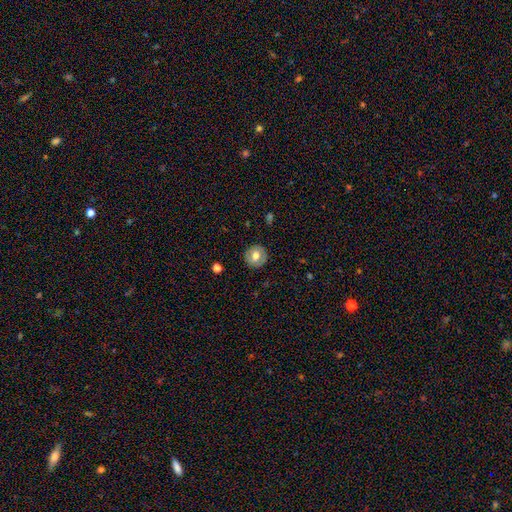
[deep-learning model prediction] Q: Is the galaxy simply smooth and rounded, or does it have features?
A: smooth — 60%.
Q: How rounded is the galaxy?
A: round — 89%.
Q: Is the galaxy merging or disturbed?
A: none — 87%.